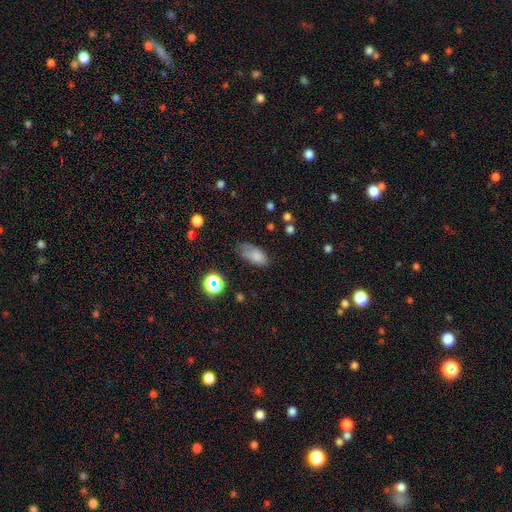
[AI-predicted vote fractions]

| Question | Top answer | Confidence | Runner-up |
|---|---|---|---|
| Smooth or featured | smooth | 78% | star or artifact (11%) |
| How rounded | in between | 89% | cigar-shaped (7%) |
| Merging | none | 53% | minor disturbance (32%) |